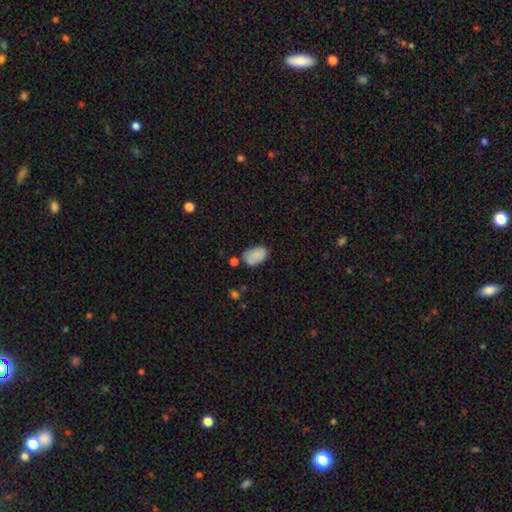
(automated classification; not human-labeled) Q: Smooth or featured?
A: smooth (83%); runner-up: featured or disk (9%)
Q: How rounded?
A: in between (91%); runner-up: round (8%)
Q: Merging?
A: none (60%); runner-up: minor disturbance (25%)